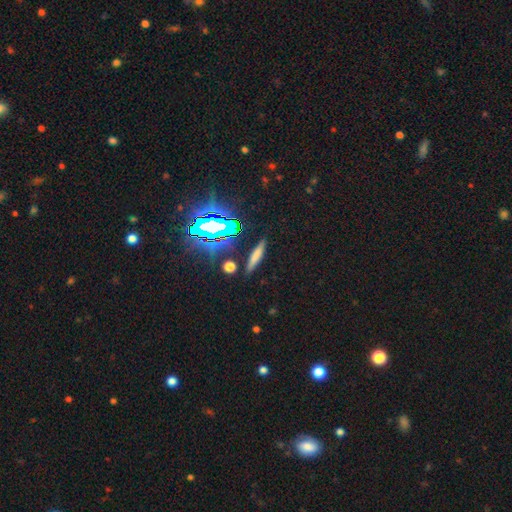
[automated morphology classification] smooth_or_featured: smooth (p=0.61) [alt: star or artifact p=0.21]
how_rounded: cigar-shaped (p=0.84) [alt: in between p=0.13]
merging: none (p=0.85) [alt: minor disturbance p=0.09]